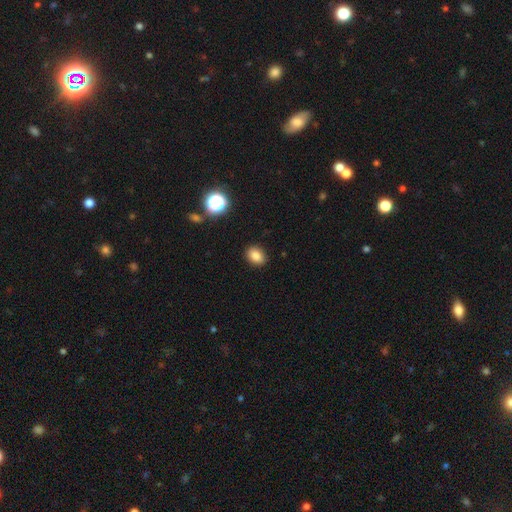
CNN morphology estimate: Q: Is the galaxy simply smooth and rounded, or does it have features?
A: smooth — 83%.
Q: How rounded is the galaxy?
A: in between — 63%.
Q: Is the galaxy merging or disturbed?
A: none — 89%.